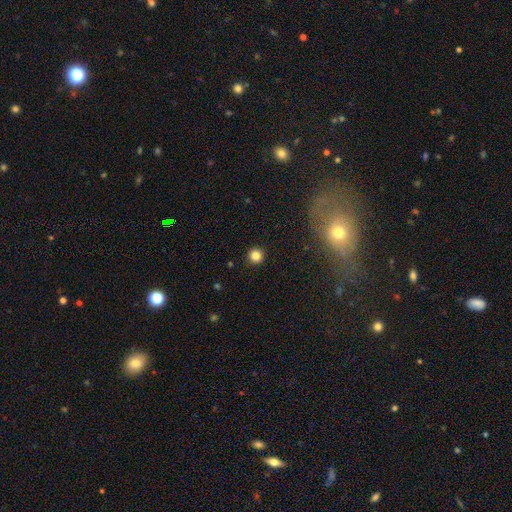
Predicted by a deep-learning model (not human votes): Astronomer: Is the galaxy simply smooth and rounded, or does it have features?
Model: smooth — 83%.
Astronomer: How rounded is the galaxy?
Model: round — 96%.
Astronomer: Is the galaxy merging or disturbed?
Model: none — 93%.